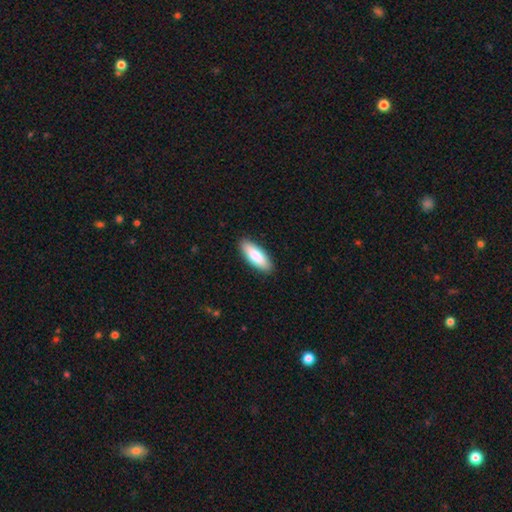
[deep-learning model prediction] smooth_or_featured: smooth (p=0.84) [alt: featured or disk p=0.11]
how_rounded: in between (p=0.65) [alt: cigar-shaped p=0.34]
merging: none (p=0.90) [alt: minor disturbance p=0.08]